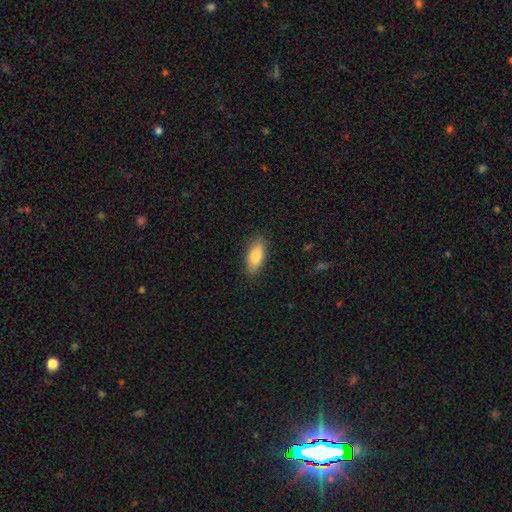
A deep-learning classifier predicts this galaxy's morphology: Smooth or featured?
  - smooth: 82% *
  - featured or disk: 12%
  - star or artifact: 6%
How rounded?
  - in between: 80% *
  - cigar-shaped: 18%
  - round: 2%
Merging?
  - none: 86% *
  - minor disturbance: 11%
  - major disturbance: 2%
  - merger: 1%